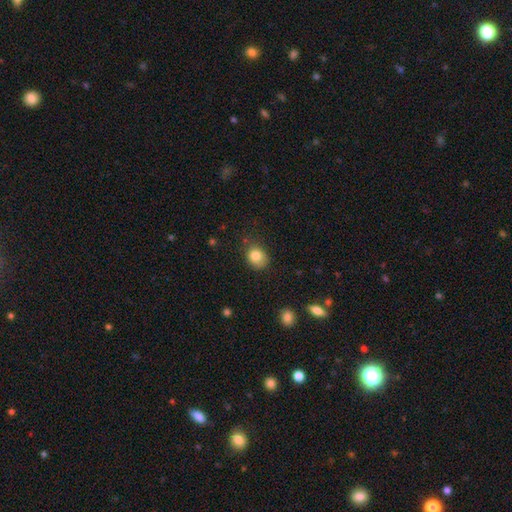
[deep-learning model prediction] Smooth or featured? Predicted: smooth (p=0.82). How rounded? Predicted: round (p=0.54). Merging? Predicted: none (p=0.70).